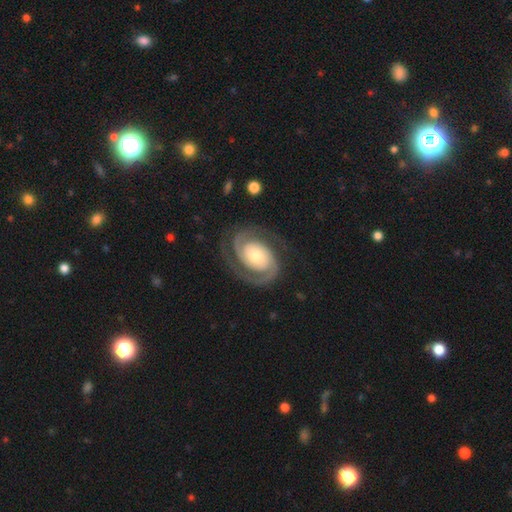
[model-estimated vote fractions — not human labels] Q: Smooth or featured?
A: featured or disk (91%); runner-up: smooth (5%)
Q: Edge-on disk?
A: no (98%); runner-up: yes (2%)
Q: Bar?
A: no (68%); runner-up: weak (22%)
Q: Spiral arms?
A: yes (98%); runner-up: no (2%)
Q: Spiral winding?
A: tight (58%); runner-up: medium (35%)
Q: Spiral arm count?
A: 2 (92%); runner-up: can't tell (2%)
Q: Bulge size?
A: moderate (54%); runner-up: small (26%)
Q: Merging?
A: none (80%); runner-up: minor disturbance (12%)